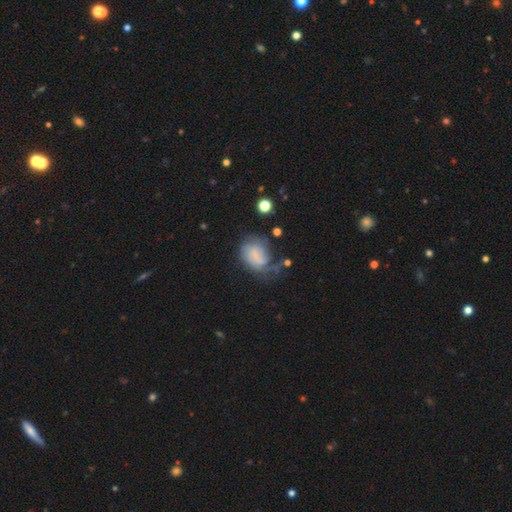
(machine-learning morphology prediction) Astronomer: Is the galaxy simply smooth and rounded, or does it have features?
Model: featured or disk — 54% (runner-up: smooth, 36%).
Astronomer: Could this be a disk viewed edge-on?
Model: no — 97%.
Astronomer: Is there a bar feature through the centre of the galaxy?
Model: no — 60%.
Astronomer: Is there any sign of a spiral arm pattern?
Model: yes — 76%.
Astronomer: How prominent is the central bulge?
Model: none — 56%.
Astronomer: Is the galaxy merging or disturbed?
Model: none — 36% (runner-up: major disturbance, 32%).